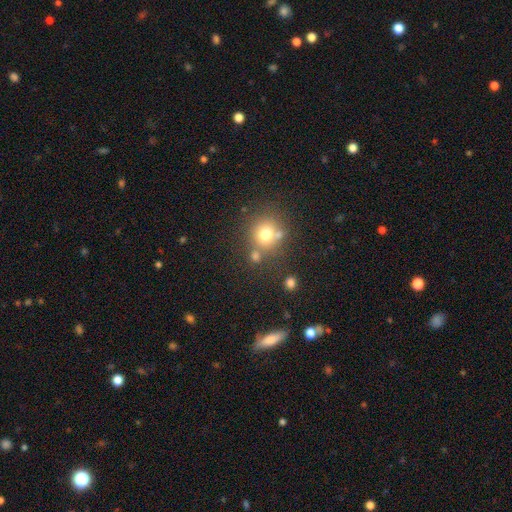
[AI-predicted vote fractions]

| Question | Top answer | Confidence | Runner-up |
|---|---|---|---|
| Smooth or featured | smooth | 73% | star or artifact (16%) |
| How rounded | round | 85% | in between (14%) |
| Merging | none | 64% | merger (21%) |